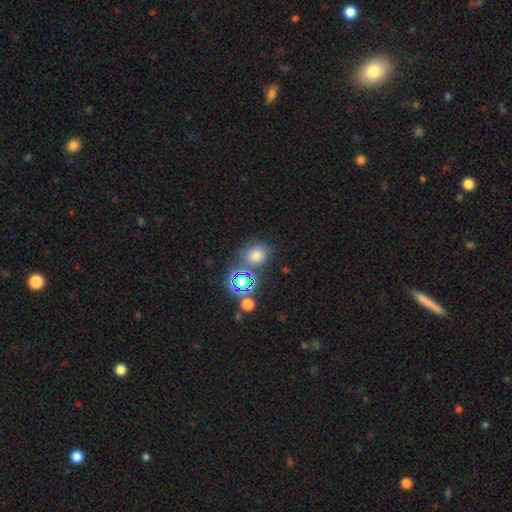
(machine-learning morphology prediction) Overall: smooth (67%). How rounded: round (61%; in between 38%). Merging: none (66%).